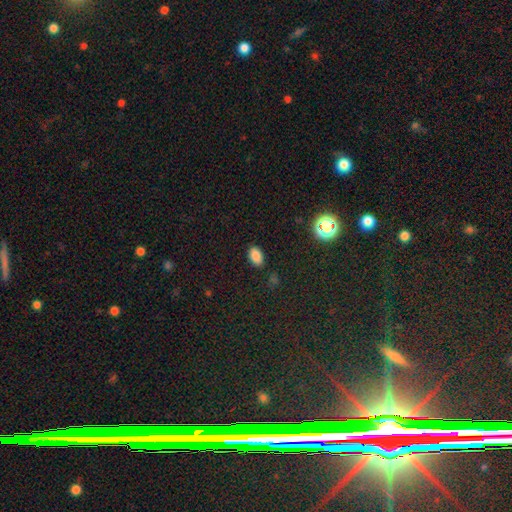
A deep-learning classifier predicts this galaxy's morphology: smooth 84%, star or artifact 12%, featured or disk 5%. Down the decision tree: how rounded — in between (90%); merging — none (85%).